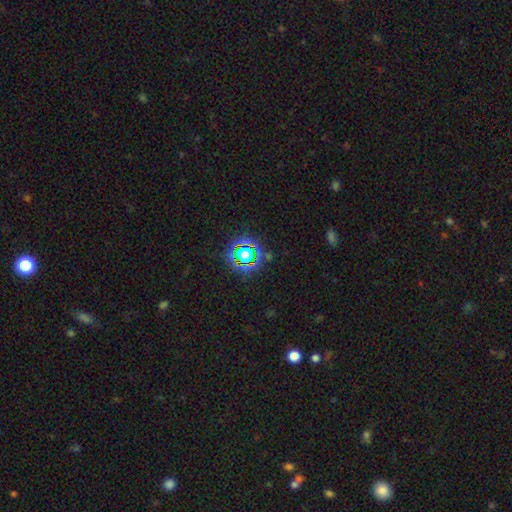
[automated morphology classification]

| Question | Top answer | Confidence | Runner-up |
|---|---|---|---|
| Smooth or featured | star or artifact | 63% | smooth (27%) |